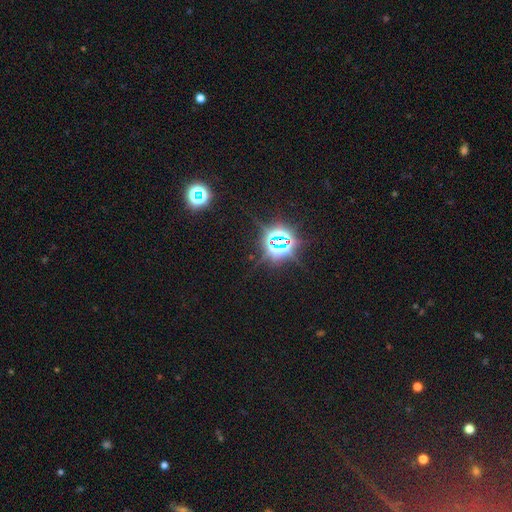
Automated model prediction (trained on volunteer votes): smooth_or_featured: star or artifact (p=0.77) [alt: smooth p=0.18]